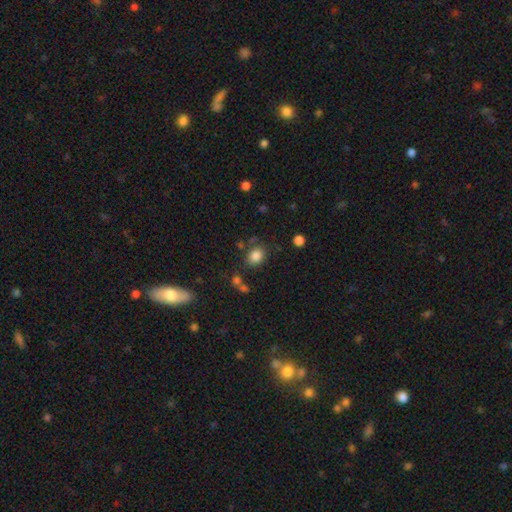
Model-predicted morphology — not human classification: Smooth or featured?
  - smooth: 84% *
  - star or artifact: 11%
  - featured or disk: 5%
How rounded?
  - round: 56% *
  - in between: 43%
  - cigar-shaped: 1%
Merging?
  - none: 74% *
  - minor disturbance: 13%
  - merger: 7%
  - major disturbance: 5%